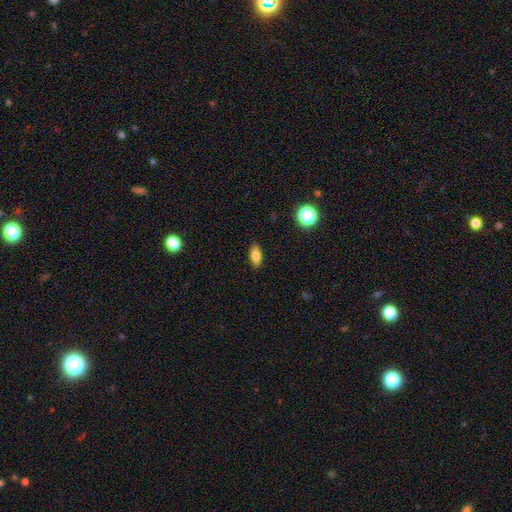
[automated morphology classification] smooth 82%, star or artifact 9%, featured or disk 9%. Down the decision tree: how rounded — in between (85%); merging — none (88%).